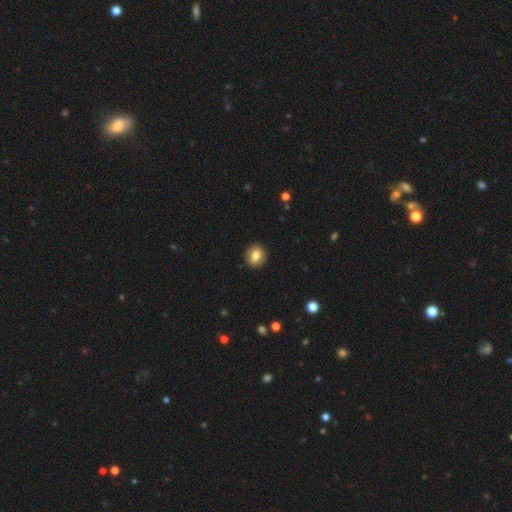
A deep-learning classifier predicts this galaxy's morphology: A smooth galaxy with no disk features (77%) that is round (73%). Merging: none (91%).